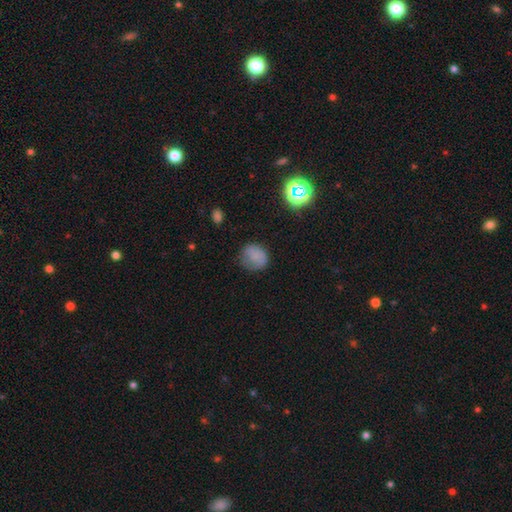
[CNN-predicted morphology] A smooth galaxy with no disk features (78%) that is round (78%). Merging: none (68%).